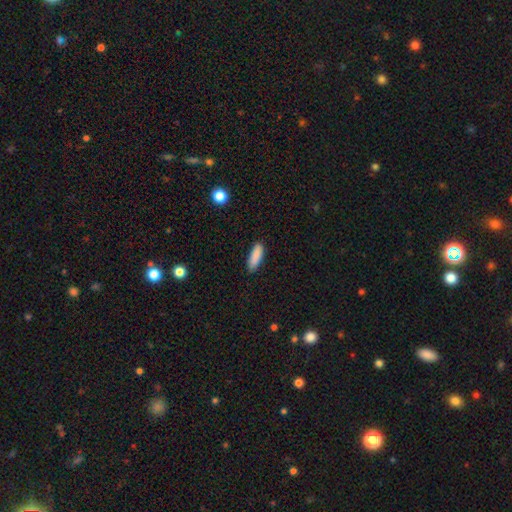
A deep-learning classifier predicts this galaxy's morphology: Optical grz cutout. It shows a smooth galaxy with no disk features (88%) that is in between round and cigar-shaped (56%). Merging: none (83%).